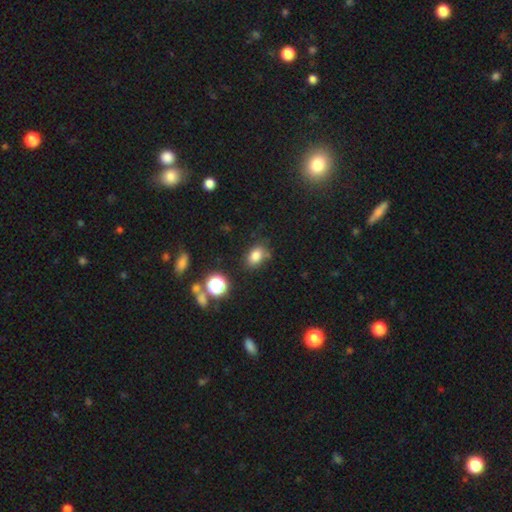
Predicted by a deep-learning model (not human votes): smooth 78%, star or artifact 14%, featured or disk 7%. Down the decision tree: how rounded — in between (78%); merging — none (72%).